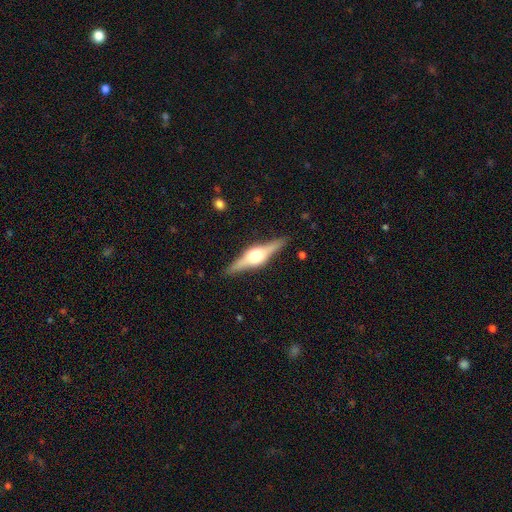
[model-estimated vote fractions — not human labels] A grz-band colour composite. It shows a featured or disk galaxy (80%) viewed edge-on (98%) with a rounded central bulge (91%). Merging: none (89%).